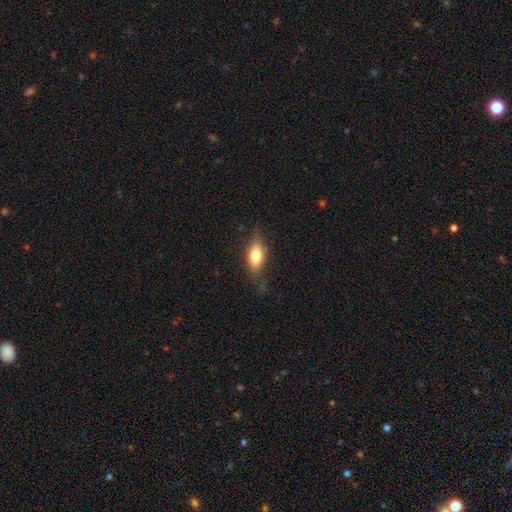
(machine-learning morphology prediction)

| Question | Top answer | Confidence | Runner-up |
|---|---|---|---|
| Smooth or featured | smooth | 73% | featured or disk (20%) |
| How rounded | in between | 81% | cigar-shaped (13%) |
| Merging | none | 71% | minor disturbance (21%) |